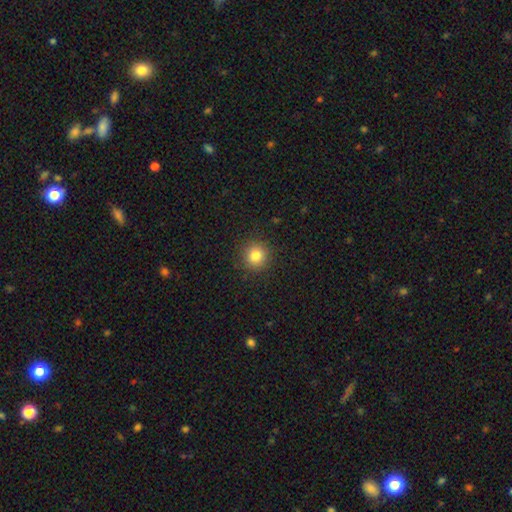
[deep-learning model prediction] Smooth or featured?
  - smooth: 82% *
  - star or artifact: 12%
  - featured or disk: 6%
How rounded?
  - round: 94% *
  - in between: 5%
  - cigar-shaped: 1%
Merging?
  - none: 91% *
  - minor disturbance: 6%
  - major disturbance: 2%
  - merger: 1%